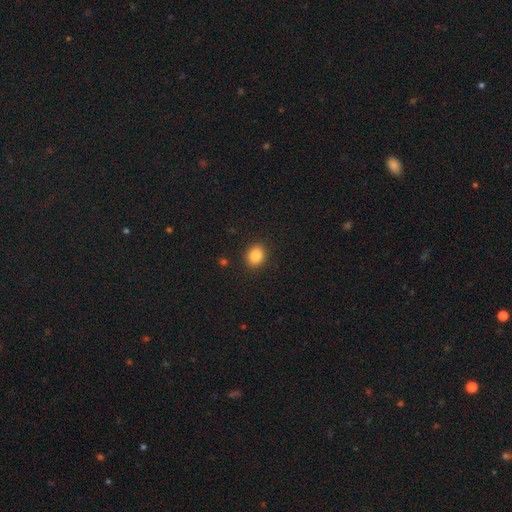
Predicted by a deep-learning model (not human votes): Overall: smooth (85%). How rounded: round (71%). Merging: none (90%).